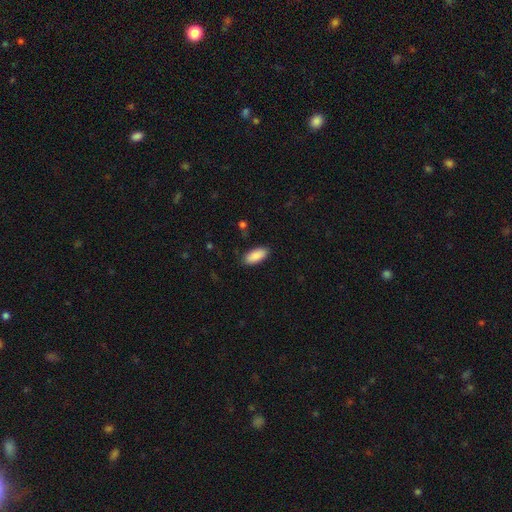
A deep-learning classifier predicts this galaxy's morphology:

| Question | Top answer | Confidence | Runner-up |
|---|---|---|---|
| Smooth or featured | smooth | 90% | star or artifact (6%) |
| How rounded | in between | 87% | cigar-shaped (11%) |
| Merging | none | 88% | minor disturbance (9%) |